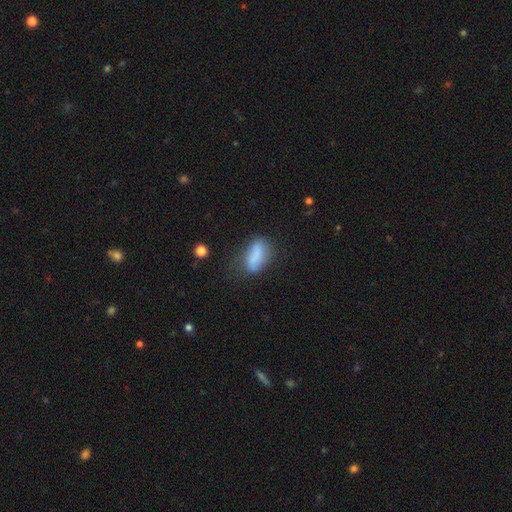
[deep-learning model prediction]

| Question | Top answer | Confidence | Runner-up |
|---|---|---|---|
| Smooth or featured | smooth | 76% | featured or disk (15%) |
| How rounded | in between | 80% | cigar-shaped (15%) |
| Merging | none | 55% | minor disturbance (27%) |